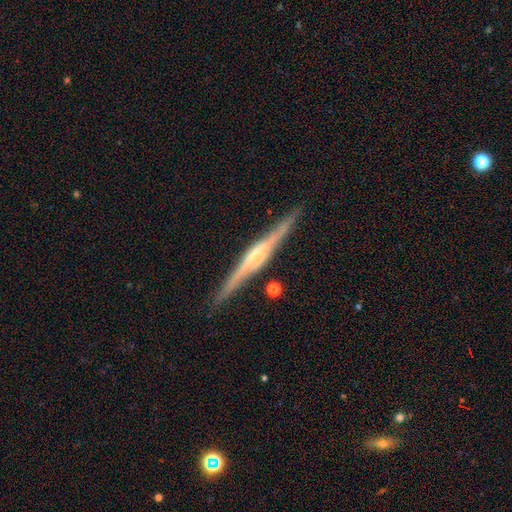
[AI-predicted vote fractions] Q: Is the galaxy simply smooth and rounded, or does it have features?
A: featured or disk — 84%.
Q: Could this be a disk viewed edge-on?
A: yes — 98%.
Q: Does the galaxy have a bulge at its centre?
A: rounded — 59%.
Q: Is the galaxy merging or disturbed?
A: none — 89%.